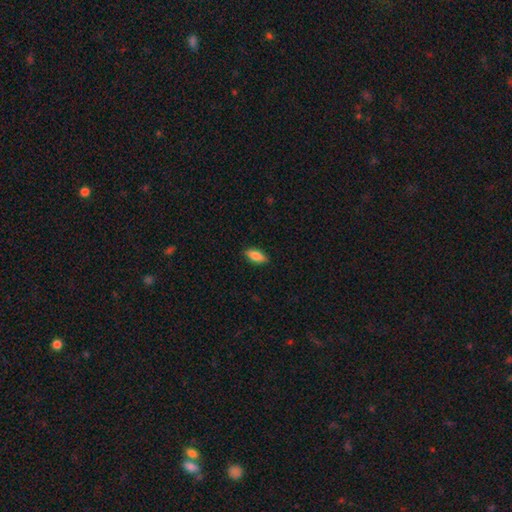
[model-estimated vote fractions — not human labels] smooth-or-featured: smooth: 82% | featured or disk: 12% | star or artifact: 7%
  how-rounded: in between: 79% | cigar-shaped: 18% | round: 3%
  merging: none: 86% | minor disturbance: 11% | major disturbance: 2% | merger: 1%